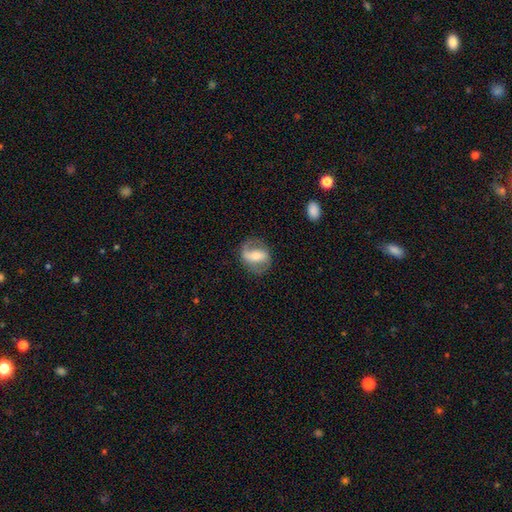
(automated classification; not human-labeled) A featured or disk galaxy (70%) with a strong bar (46%), 2 (82%) medium (42%) spiral arms (85%) and a moderate central bulge (53%). Merging: none (75%).